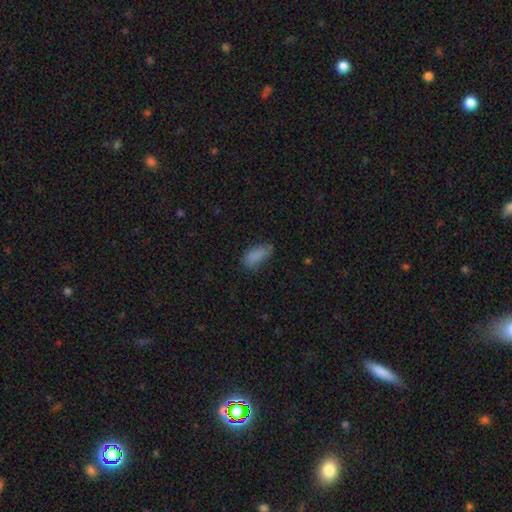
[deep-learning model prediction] smooth_or_featured: smooth (p=0.84) [alt: star or artifact p=0.10]
how_rounded: in between (p=0.85) [alt: cigar-shaped p=0.12]
merging: none (p=0.63) [alt: minor disturbance p=0.27]